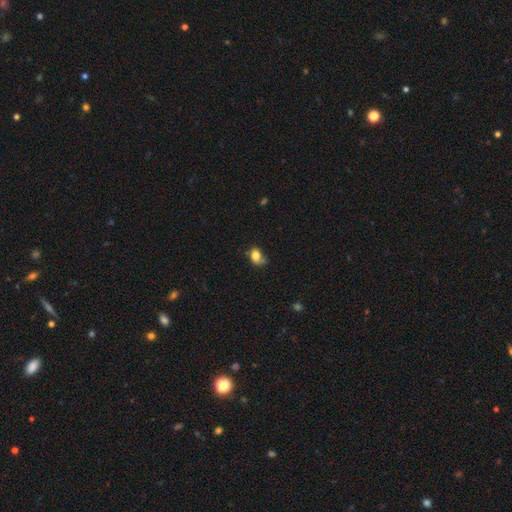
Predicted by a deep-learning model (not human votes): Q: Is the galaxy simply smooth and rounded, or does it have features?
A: smooth — 78%.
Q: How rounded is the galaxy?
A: in between — 62%.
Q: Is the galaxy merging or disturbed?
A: none — 43%.